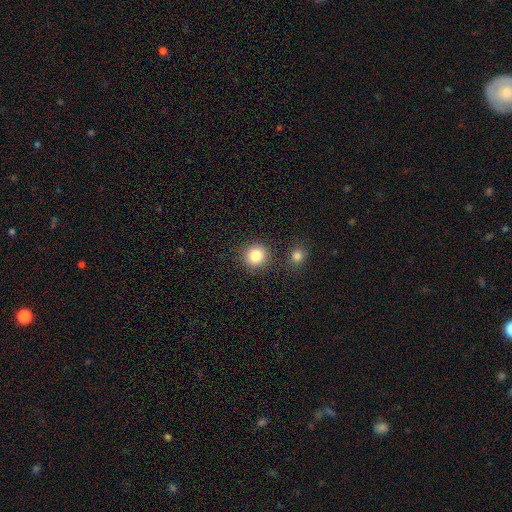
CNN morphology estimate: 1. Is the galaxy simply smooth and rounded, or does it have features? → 84% smooth, 10% star or artifact, 6% featured or disk.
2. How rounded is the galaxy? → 91% round, 8% in between, 1% cigar-shaped.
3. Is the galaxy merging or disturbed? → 84% none, 8% minor disturbance, 6% merger, 3% major disturbance.